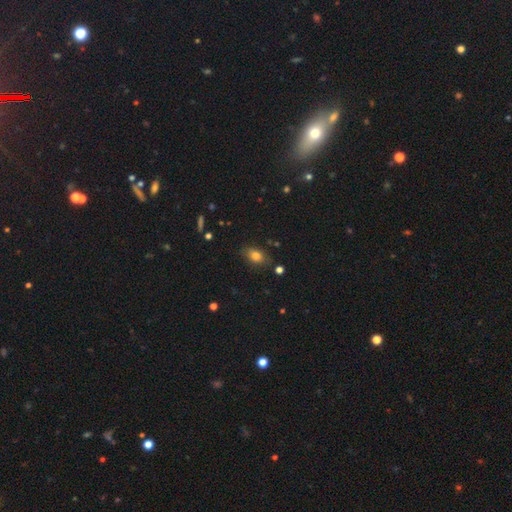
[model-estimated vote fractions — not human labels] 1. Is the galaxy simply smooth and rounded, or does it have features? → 78% smooth, 12% star or artifact, 10% featured or disk.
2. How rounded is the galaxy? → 79% in between, 18% round, 3% cigar-shaped.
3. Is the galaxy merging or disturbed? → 79% none, 15% minor disturbance, 3% major disturbance, 2% merger.